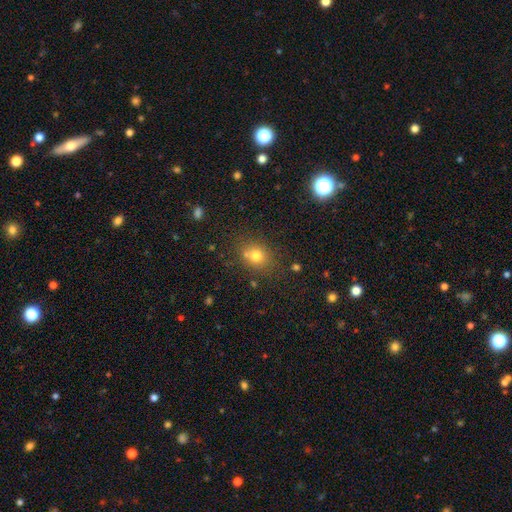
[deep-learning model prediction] Smooth or featured?
  - smooth: 73% *
  - star or artifact: 16%
  - featured or disk: 11%
How rounded?
  - round: 68% *
  - in between: 31%
  - cigar-shaped: 1%
Merging?
  - none: 68% *
  - merger: 14%
  - minor disturbance: 13%
  - major disturbance: 5%